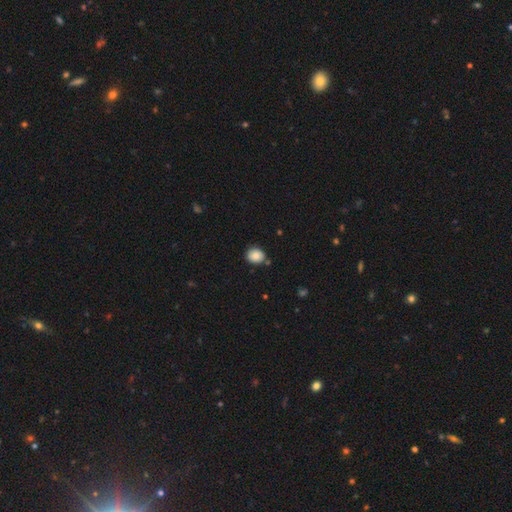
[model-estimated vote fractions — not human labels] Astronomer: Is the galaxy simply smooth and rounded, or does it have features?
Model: smooth — 86%.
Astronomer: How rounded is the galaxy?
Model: round — 69%.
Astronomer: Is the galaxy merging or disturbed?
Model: none — 78%.